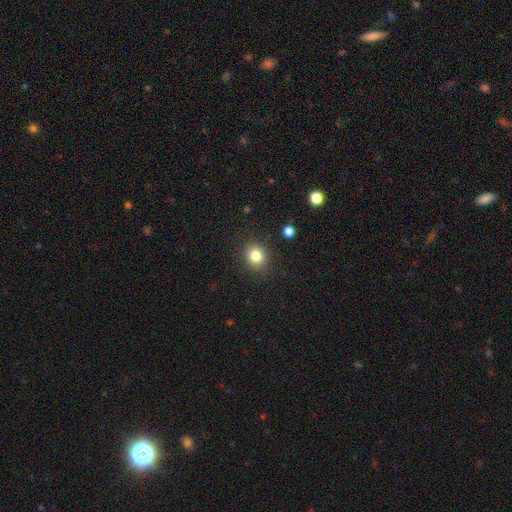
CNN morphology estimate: Smooth or featured?
  - smooth: 81% *
  - star or artifact: 12%
  - featured or disk: 7%
How rounded?
  - round: 80% *
  - in between: 19%
  - cigar-shaped: 1%
Merging?
  - none: 88% *
  - minor disturbance: 8%
  - major disturbance: 3%
  - merger: 1%